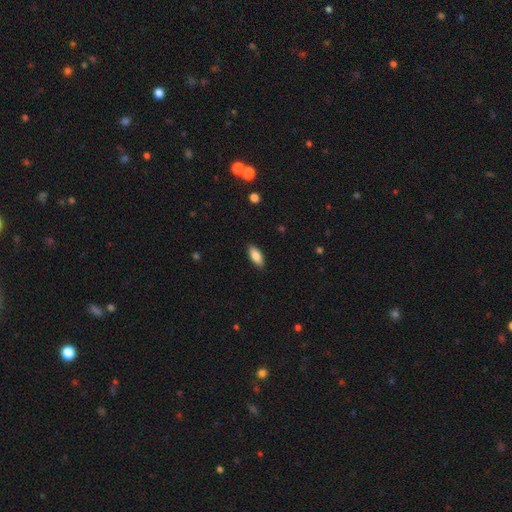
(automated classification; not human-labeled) Q: Smooth or featured?
A: smooth (84%); runner-up: featured or disk (9%)
Q: How rounded?
A: in between (84%); runner-up: cigar-shaped (14%)
Q: Merging?
A: none (88%); runner-up: minor disturbance (9%)